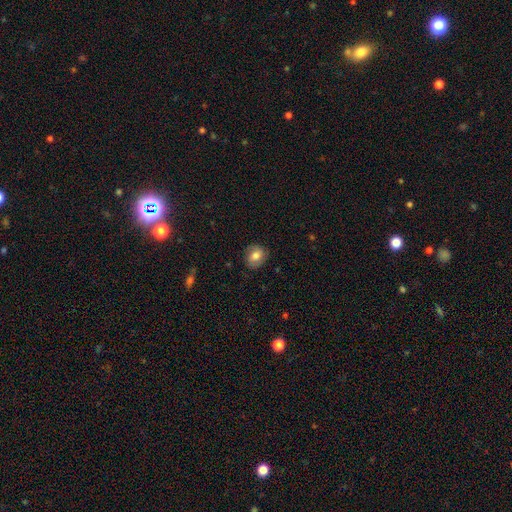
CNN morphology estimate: A smooth galaxy with no disk features (73%) that is round (60%). Merging: none (82%).